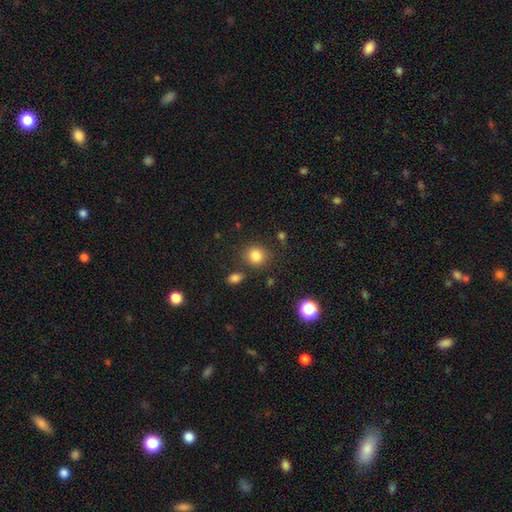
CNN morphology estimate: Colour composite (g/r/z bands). It shows a smooth galaxy with no disk features (83%) that is round (82%). Merging: none (80%).